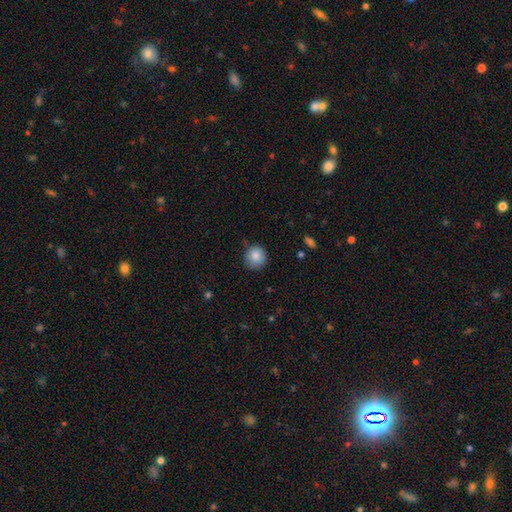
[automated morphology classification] Smooth or featured? Predicted: smooth (p=0.85). How rounded? Predicted: round (p=0.90). Merging? Predicted: none (p=0.78).